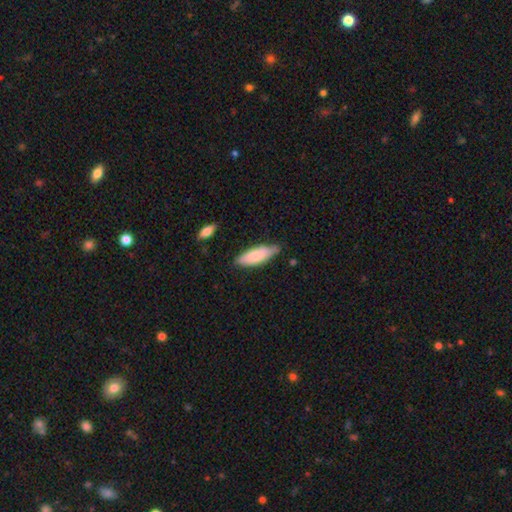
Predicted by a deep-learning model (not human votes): Smooth or featured: smooth — 79% (featured or disk — 16%)
How rounded: in between — 64% (cigar-shaped — 34%)
Merging: none — 65% (minor disturbance — 28%)